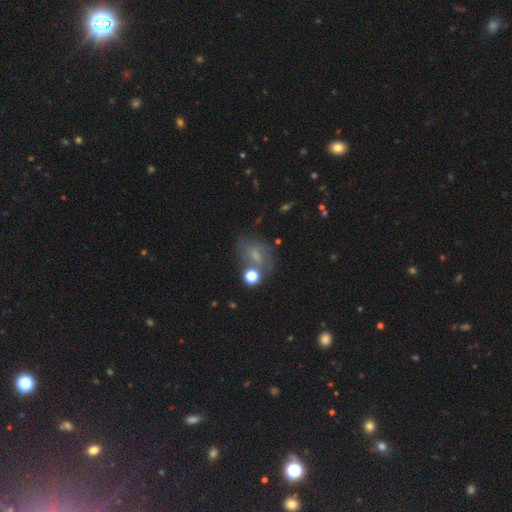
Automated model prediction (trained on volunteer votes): Smooth or featured? Predicted: smooth (p=0.43). Merging? Predicted: none (p=0.55).